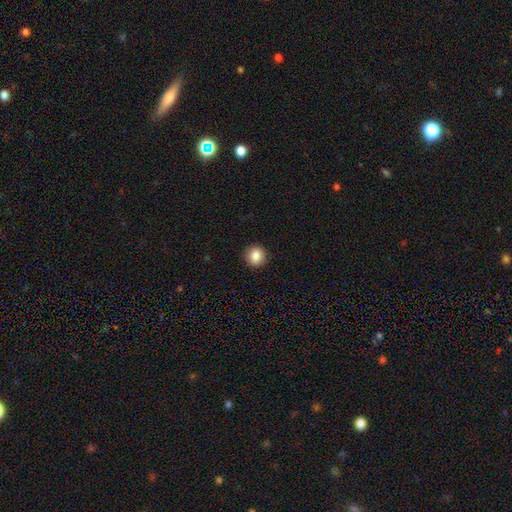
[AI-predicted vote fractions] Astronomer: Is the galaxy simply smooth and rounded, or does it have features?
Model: smooth — 86%.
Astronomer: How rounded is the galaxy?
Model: round — 90%.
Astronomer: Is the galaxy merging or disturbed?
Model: none — 92%.